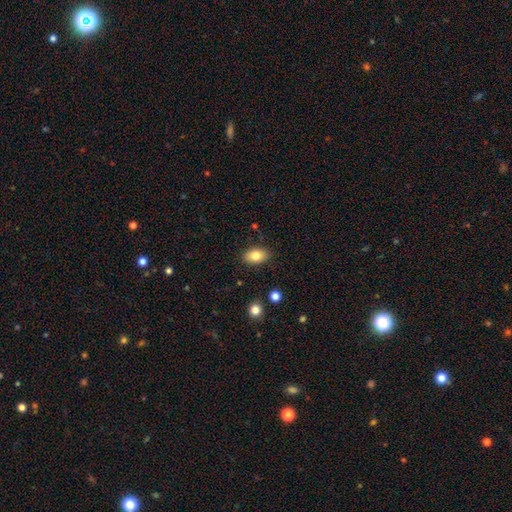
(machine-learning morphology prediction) This appears to be a smooth galaxy with no disk features (82%) that is in between round and cigar-shaped (89%). Merging: none (86%).